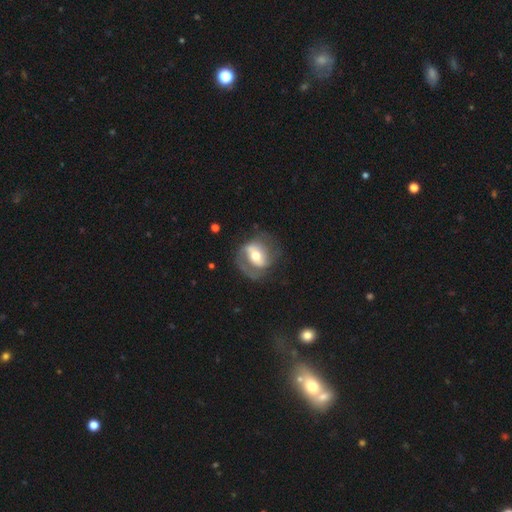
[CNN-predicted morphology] A featured or disk galaxy (70%) with a weak bar (37%), 2 (70%) medium (44%) spiral arms (77%) and a moderate central bulge (69%).

Vote fractions:
- Smooth or featured? featured or disk: 70% / smooth: 24% / star or artifact: 6%
- Edge-on disk? no: 96% / yes: 4%
- Bar? weak: 37% / strong: 32% / no: 31%
- Spiral arms? yes: 77% / no: 23%
- Spiral winding? medium: 44% / tight: 32% / loose: 25%
- Spiral arm count? 2: 70% / 1: 14% / can't tell: 12% / 3: 3% / 4: 1% / more than 4: 1%
- Bulge size? moderate: 69% / large: 15% / small: 13% / dominant: 1% / none: 1%
- Merging? none: 60% / minor disturbance: 20% / major disturbance: 18% / merger: 2%